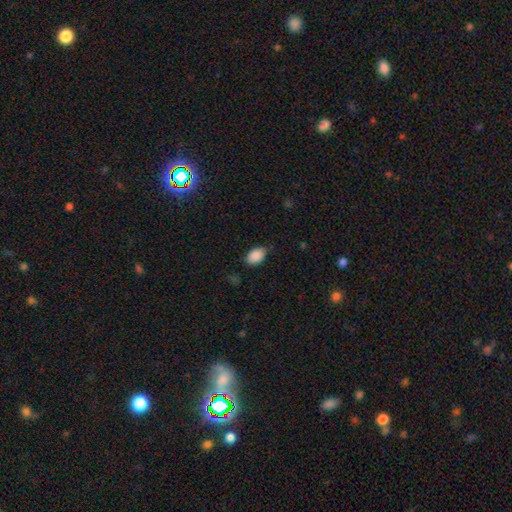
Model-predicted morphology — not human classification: Smooth or featured: smooth — 90% (star or artifact — 7%)
How rounded: in between — 89% (round — 10%)
Merging: none — 74% (minor disturbance — 21%)